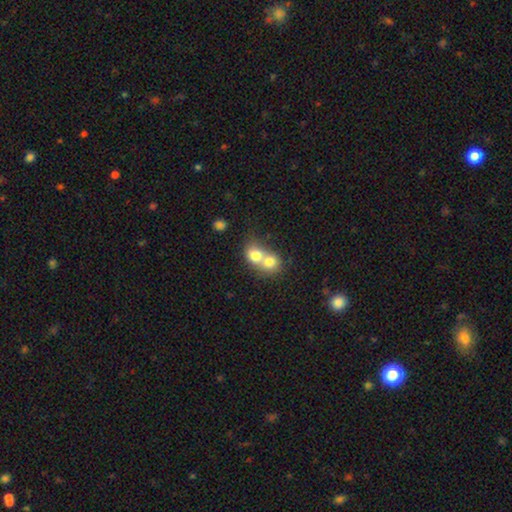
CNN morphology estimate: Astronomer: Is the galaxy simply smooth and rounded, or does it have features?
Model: smooth — 73%.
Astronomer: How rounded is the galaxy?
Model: round — 67%.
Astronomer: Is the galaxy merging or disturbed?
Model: merger — 76%.